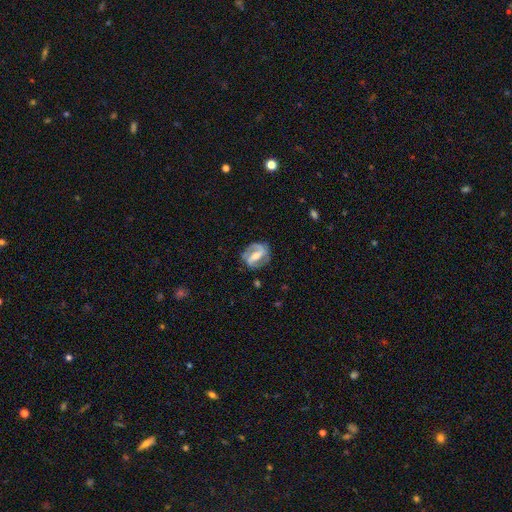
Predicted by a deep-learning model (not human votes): smooth_or_featured: featured or disk (p=0.86) [alt: smooth p=0.09]
disk_edge_on: no (p=0.97) [alt: yes p=0.03]
bar: strong (p=0.60) [alt: weak p=0.29]
has_spiral_arms: yes (p=0.93) [alt: no p=0.07]
spiral_winding: medium (p=0.47) [alt: tight p=0.27]
spiral_arm_count: 2 (p=0.90) [alt: can't tell p=0.04]
bulge_size: moderate (p=0.55) [alt: small p=0.37]
merging: none (p=0.80) [alt: minor disturbance p=0.14]